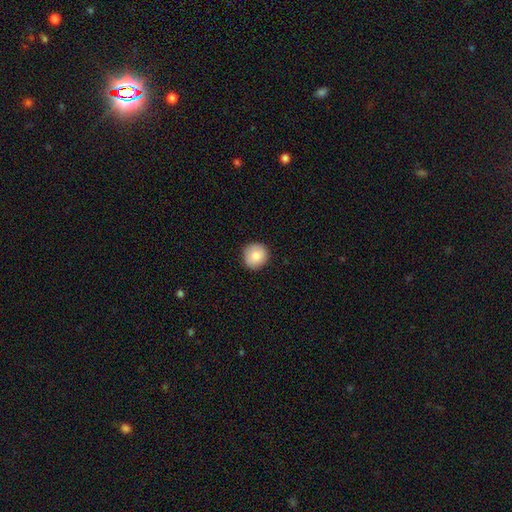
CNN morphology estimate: This appears to be a smooth galaxy with no disk features (87%) that is round (93%). Merging: none (89%).